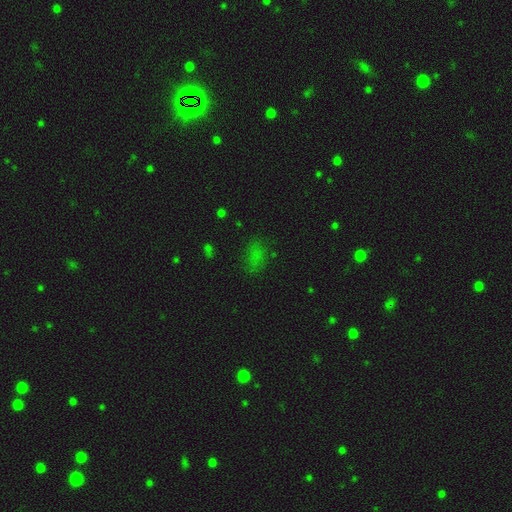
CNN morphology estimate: Q: Smooth or featured?
A: smooth (63%); runner-up: star or artifact (28%)
Q: How rounded?
A: in between (79%); runner-up: round (17%)
Q: Merging?
A: none (69%); runner-up: minor disturbance (19%)